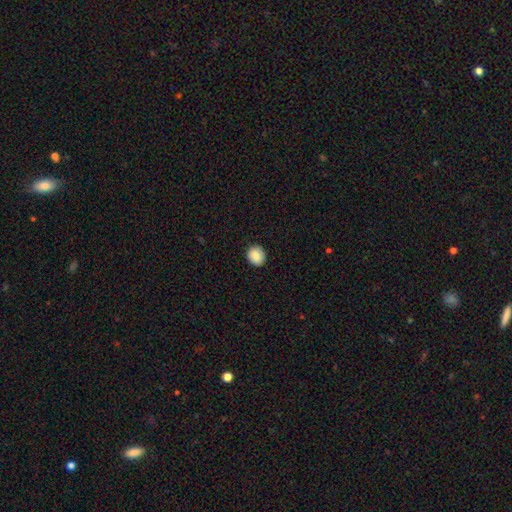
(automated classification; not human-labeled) A smooth galaxy with no disk features (85%) that is round (83%).

Vote fractions:
- Smooth or featured? smooth: 85% / star or artifact: 8% / featured or disk: 7%
- How rounded? round: 83% / in between: 16% / cigar-shaped: 1%
- Merging? none: 90% / minor disturbance: 7% / major disturbance: 2% / merger: 1%